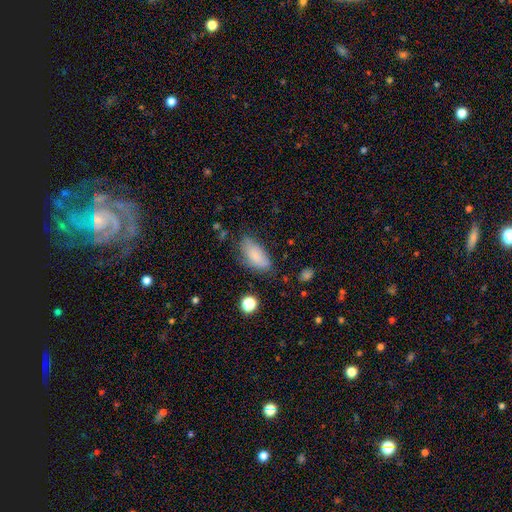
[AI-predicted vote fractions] smooth-or-featured: smooth: 82% | featured or disk: 10% | star or artifact: 8%
  how-rounded: in between: 87% | cigar-shaped: 11% | round: 2%
  merging: none: 62% | minor disturbance: 27% | major disturbance: 8% | merger: 3%